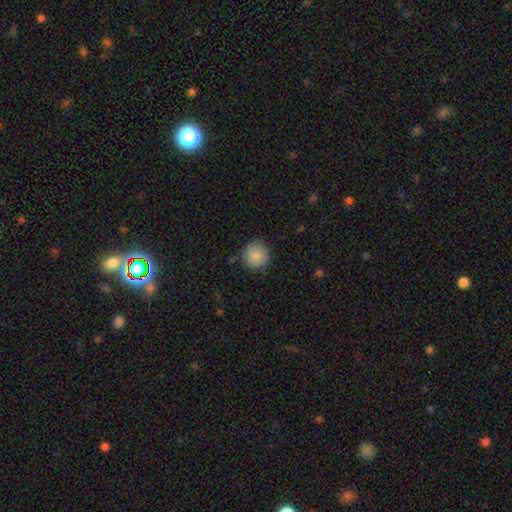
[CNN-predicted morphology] Smooth or featured? smooth (88%)
How rounded? round (93%)
Merging? none (86%)